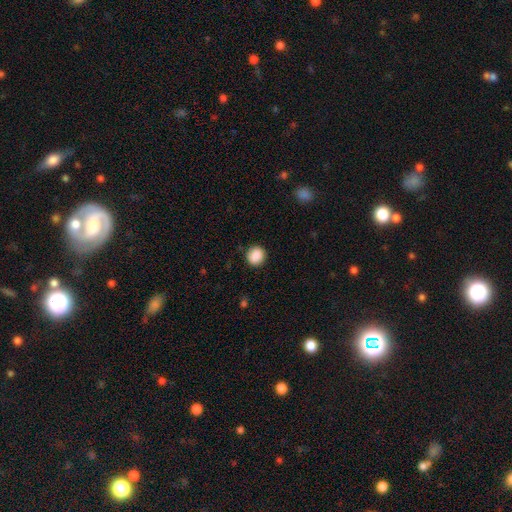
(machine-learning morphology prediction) Smooth or featured?
  - smooth: 89% *
  - star or artifact: 8%
  - featured or disk: 3%
How rounded?
  - round: 82% *
  - in between: 17%
  - cigar-shaped: 1%
Merging?
  - none: 89% *
  - minor disturbance: 8%
  - major disturbance: 2%
  - merger: 1%